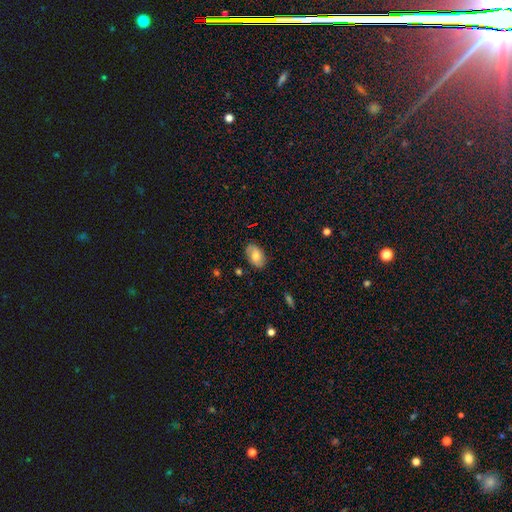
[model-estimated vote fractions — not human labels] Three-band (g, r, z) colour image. It shows a smooth galaxy with no disk features (59%) that is in between round and cigar-shaped (88%). Merging: none (79%).